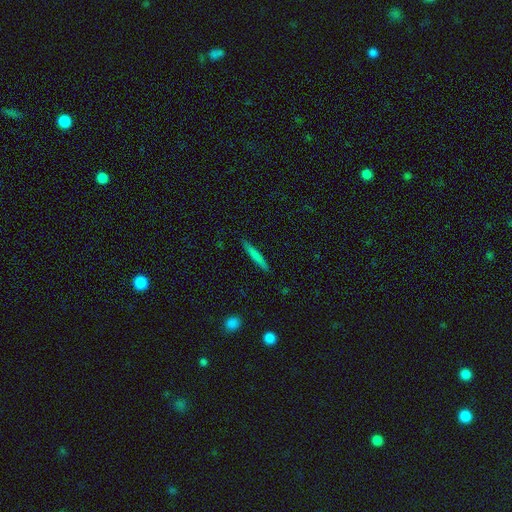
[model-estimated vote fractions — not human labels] Morphology: type=smooth (70%); roundness=cigar-shaped (95%); merging=none (89%).